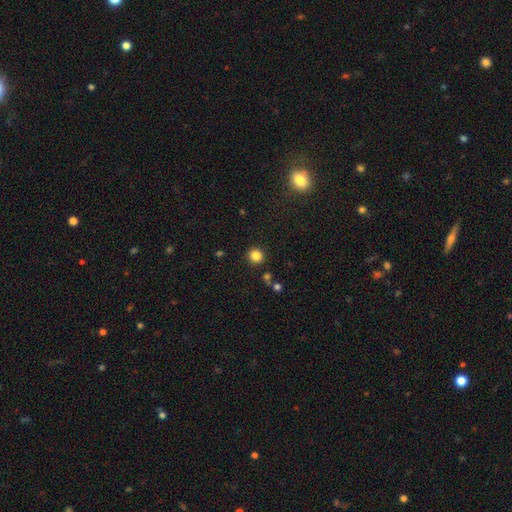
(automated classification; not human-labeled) This is clearly a smooth galaxy (84%). How rounded: clearly round (92%). Merging: clearly none (90%).